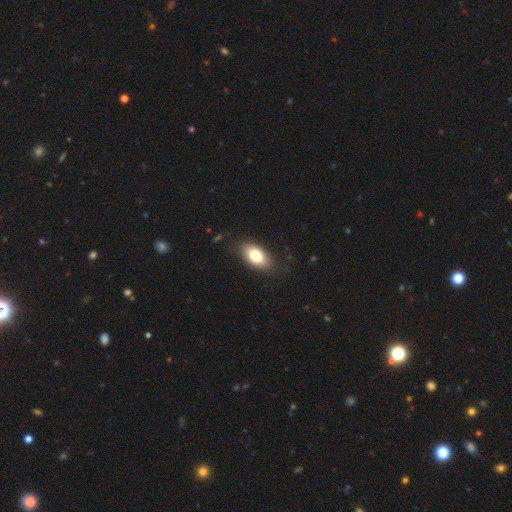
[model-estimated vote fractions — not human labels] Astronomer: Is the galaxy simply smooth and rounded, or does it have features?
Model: smooth — 79%.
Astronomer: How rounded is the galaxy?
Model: in between — 91%.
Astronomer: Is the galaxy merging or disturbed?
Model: none — 84%.